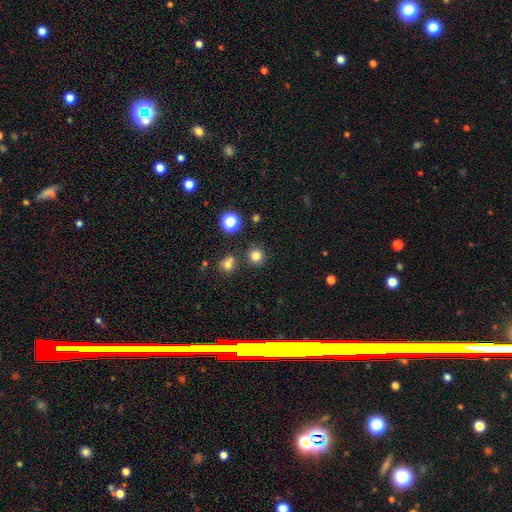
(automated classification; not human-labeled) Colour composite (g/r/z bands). It shows a smooth galaxy with no disk features (78%) that is round (92%). Merging: none (83%).